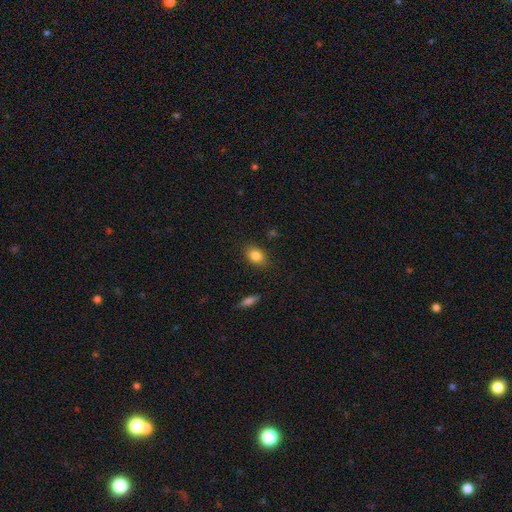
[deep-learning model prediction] This appears to be a smooth galaxy with no disk features (83%) that is in between round and cigar-shaped (75%). Merging: none (87%).